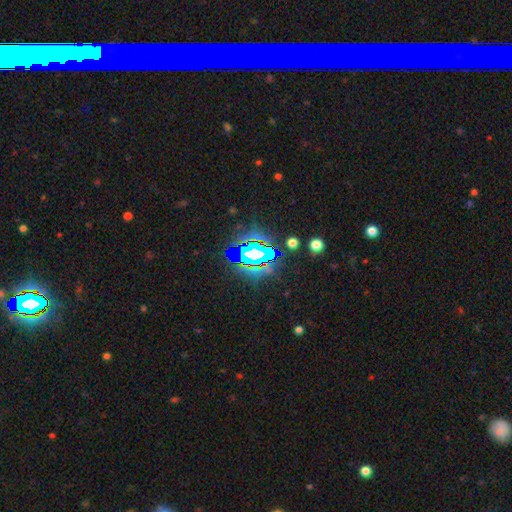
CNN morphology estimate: type=star or artifact (70%).